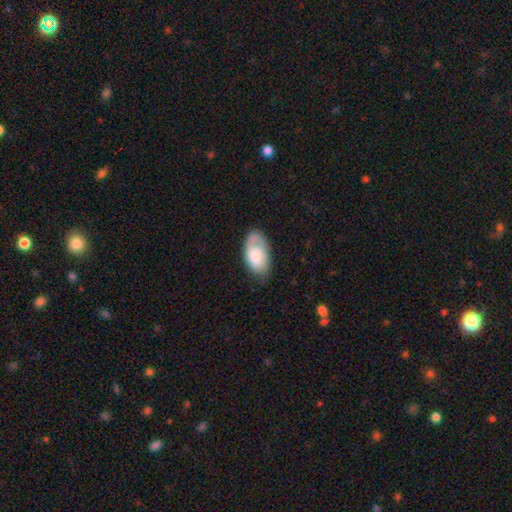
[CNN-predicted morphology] type=smooth (67%); roundness=in between (95%); merging=none (65%).